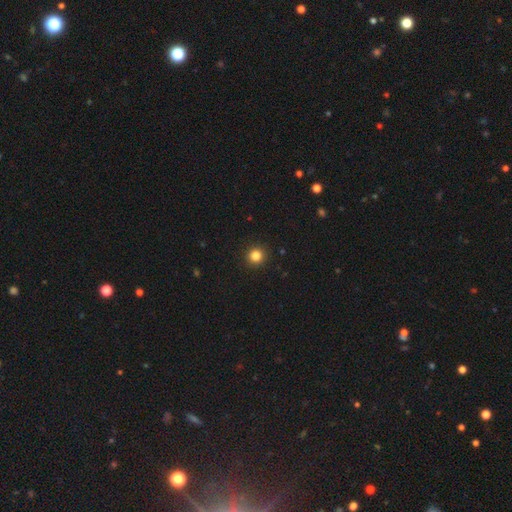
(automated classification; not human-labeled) Smooth or featured? smooth (84%)
How rounded? round (94%)
Merging? none (93%)